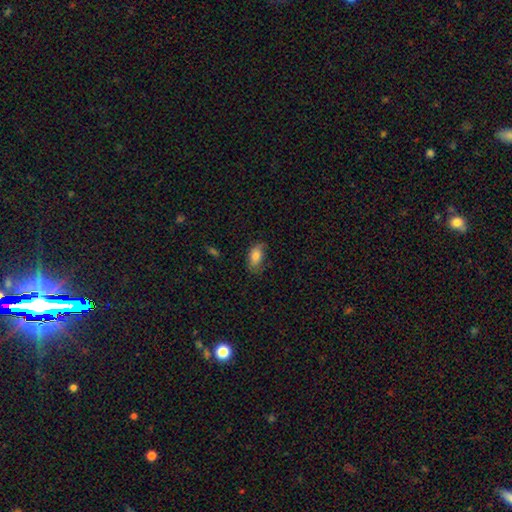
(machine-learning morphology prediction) This is clearly a smooth galaxy (81%). How rounded: clearly in between (91%). Merging: likely none (62%).